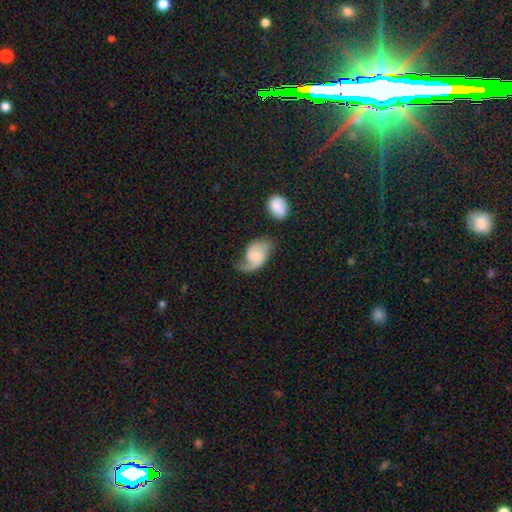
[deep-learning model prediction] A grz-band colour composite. It shows a featured or disk galaxy (68%) with no bar (60%), 2 (62%) loose (52%) spiral arms (91%) and a small central bulge (47%). Merging: none (38%).